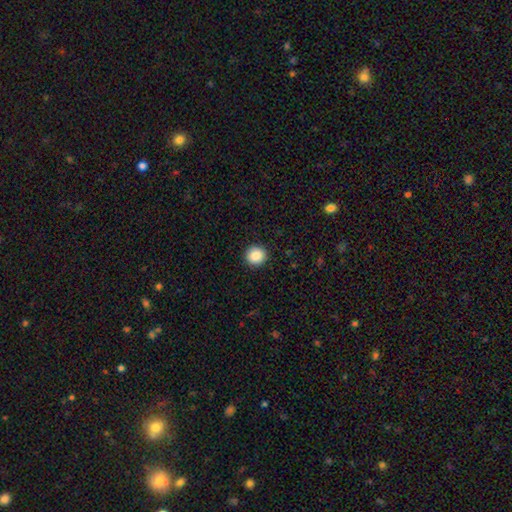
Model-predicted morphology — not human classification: This is clearly a smooth galaxy (88%). How rounded: clearly round (93%). Merging: clearly none (92%).